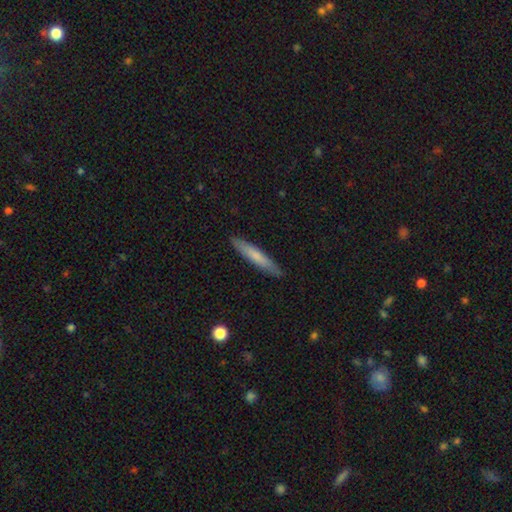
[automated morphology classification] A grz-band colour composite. It shows a smooth galaxy with no disk features (68%) that is cigar-shaped (93%). Merging: none (90%).